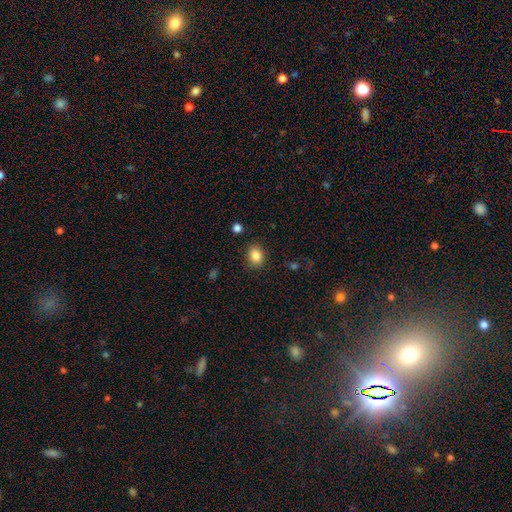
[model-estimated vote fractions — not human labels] A smooth galaxy with no disk features (86%) that is round (53%). Merging: none (86%).